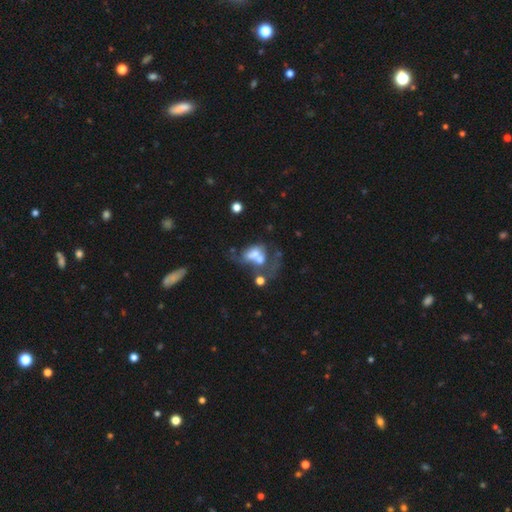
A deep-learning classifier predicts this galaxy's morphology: Smooth or featured?
  - smooth: 45% *
  - featured or disk: 43%
  - star or artifact: 13%
Merging?
  - merger: 53% *
  - major disturbance: 26%
  - none: 12%
  - minor disturbance: 8%